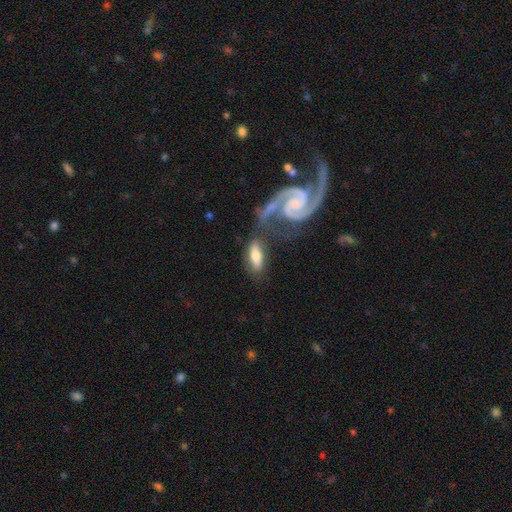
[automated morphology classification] smooth 55%, featured or disk 40%, star or artifact 6%. Down the decision tree: how rounded — in between (67%); merging — none (53%).